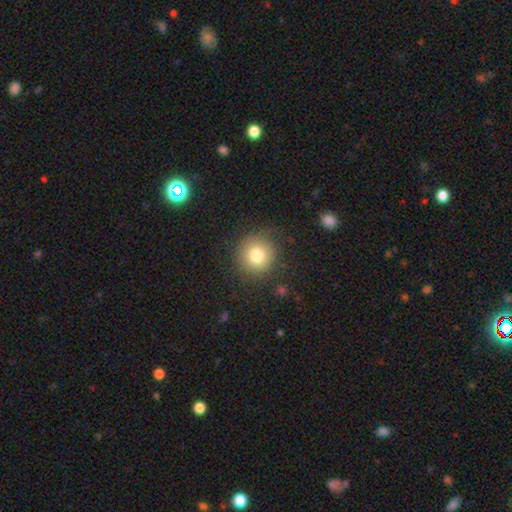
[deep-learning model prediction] Q: Smooth or featured?
A: smooth (79%); runner-up: star or artifact (11%)
Q: How rounded?
A: round (91%); runner-up: in between (8%)
Q: Merging?
A: none (85%); runner-up: minor disturbance (10%)